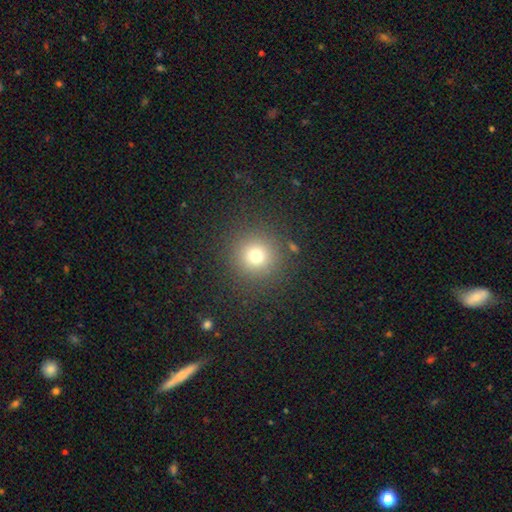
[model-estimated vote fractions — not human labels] smooth-or-featured: smooth: 72% | star or artifact: 18% | featured or disk: 9%
  how-rounded: round: 95% | in between: 4% | cigar-shaped: 1%
  merging: none: 88% | minor disturbance: 7% | major disturbance: 4% | merger: 2%